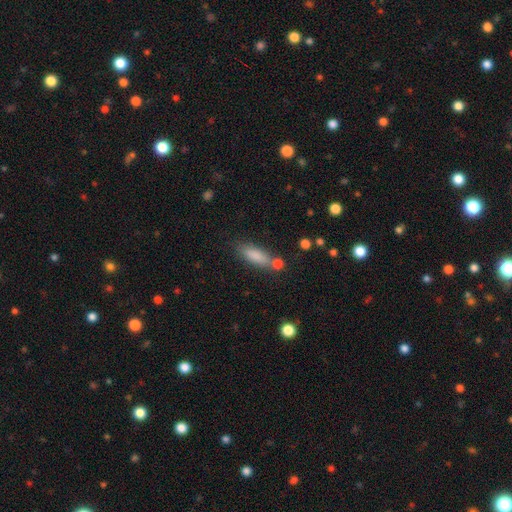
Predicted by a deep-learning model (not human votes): Smooth or featured?
  - smooth: 83% *
  - featured or disk: 9%
  - star or artifact: 7%
How rounded?
  - in between: 54% *
  - cigar-shaped: 44%
  - round: 3%
Merging?
  - none: 65% *
  - minor disturbance: 16%
  - merger: 15%
  - major disturbance: 5%